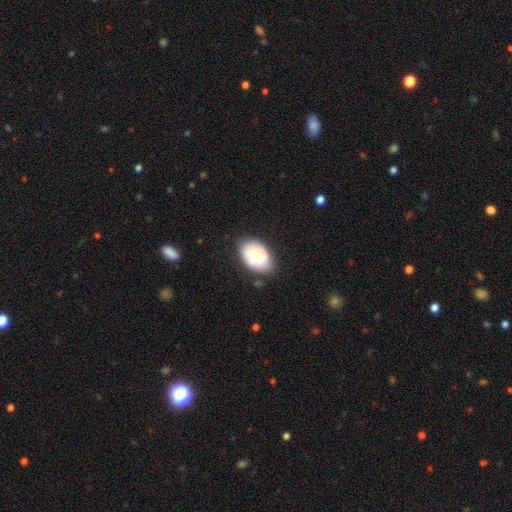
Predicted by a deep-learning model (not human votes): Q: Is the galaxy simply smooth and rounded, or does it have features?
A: smooth — 51%.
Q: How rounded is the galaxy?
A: in between — 85%.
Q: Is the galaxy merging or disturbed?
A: none — 73%.